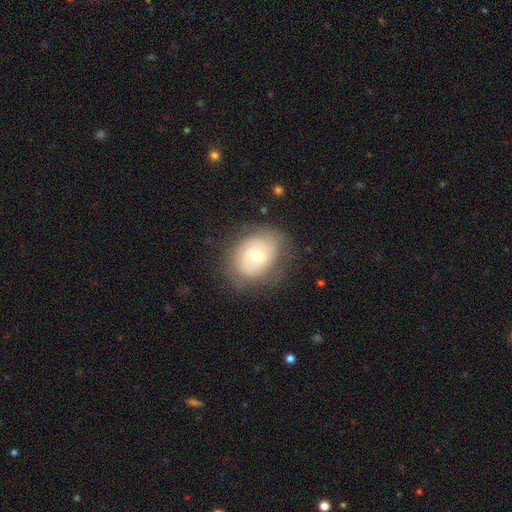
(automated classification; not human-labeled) This is possibly a featured or disk galaxy (48%). Merging: likely none (70%).